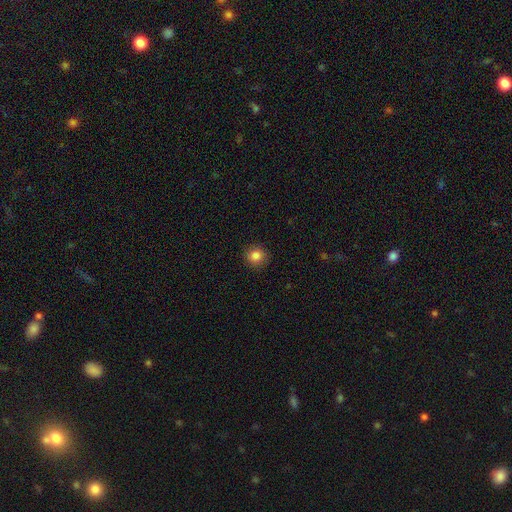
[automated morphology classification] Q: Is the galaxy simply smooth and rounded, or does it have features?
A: smooth — 84%.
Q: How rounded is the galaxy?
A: round — 91%.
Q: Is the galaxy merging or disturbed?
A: none — 90%.